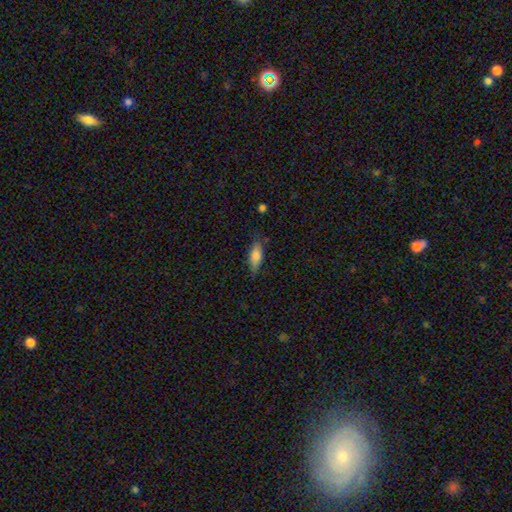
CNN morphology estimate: type=smooth (74%); roundness=in between (68%); merging=none (72%).